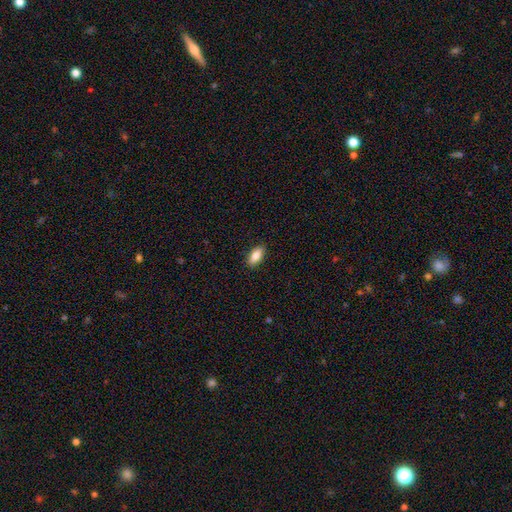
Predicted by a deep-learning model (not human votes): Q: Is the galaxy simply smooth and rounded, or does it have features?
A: smooth — 85%.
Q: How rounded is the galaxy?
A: in between — 88%.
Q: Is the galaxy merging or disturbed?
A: none — 89%.